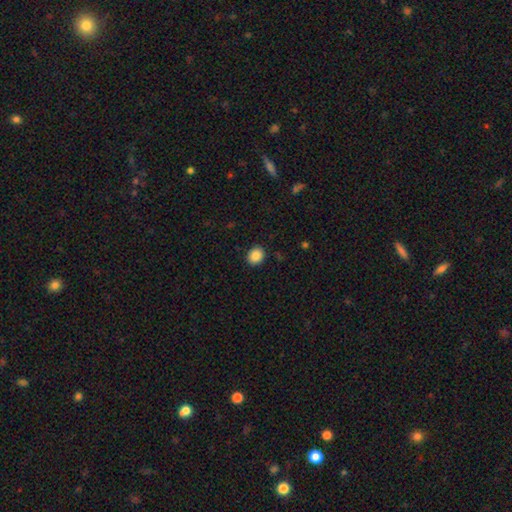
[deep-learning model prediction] smooth_or_featured: smooth (p=0.87) [alt: star or artifact p=0.09]
how_rounded: round (p=0.58) [alt: in between p=0.41]
merging: none (p=0.90) [alt: minor disturbance p=0.07]